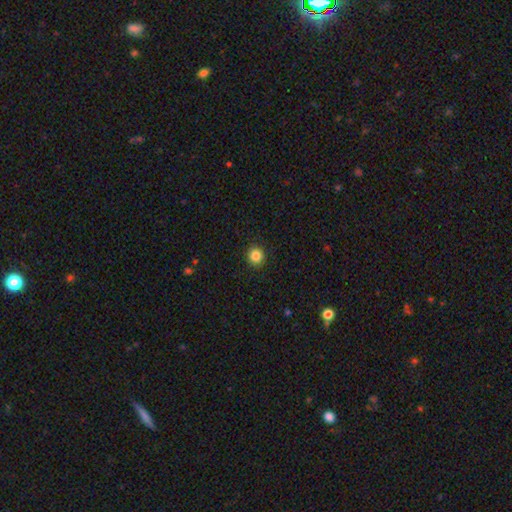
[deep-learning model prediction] Q: Smooth or featured?
A: smooth (86%); runner-up: star or artifact (10%)
Q: How rounded?
A: round (90%); runner-up: in between (9%)
Q: Merging?
A: none (92%); runner-up: minor disturbance (5%)